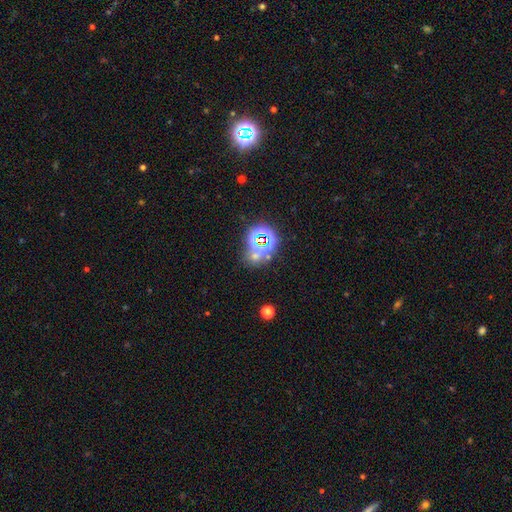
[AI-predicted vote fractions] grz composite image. It shows a star or artifact, not a galaxy (62%).